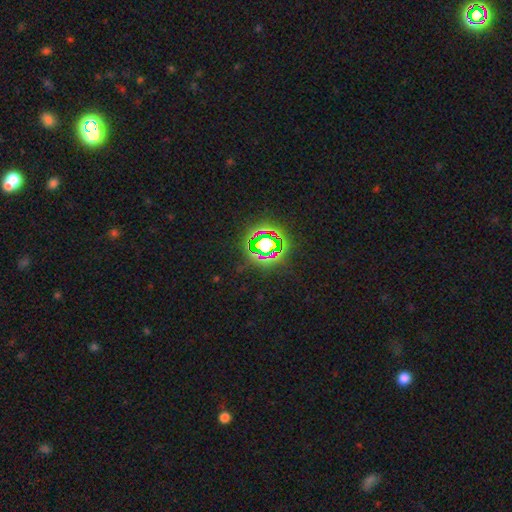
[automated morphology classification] This appears to be a star or artifact, not a galaxy (76%).